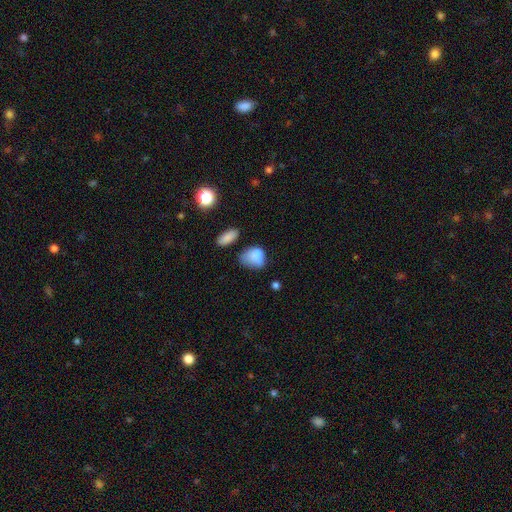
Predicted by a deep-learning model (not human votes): Morphology: type=smooth (76%); roundness=in between (67%); merging=none (33%, tied with minor disturbance).